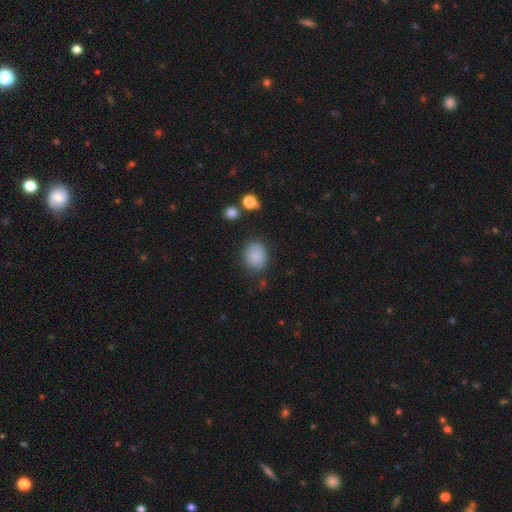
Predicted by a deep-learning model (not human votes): A smooth galaxy with no disk features (86%) that is round (64%).

Vote fractions:
- Smooth or featured? smooth: 86% / star or artifact: 10% / featured or disk: 5%
- How rounded? round: 64% / in between: 35% / cigar-shaped: 1%
- Merging? none: 76% / minor disturbance: 17% / major disturbance: 5% / merger: 3%